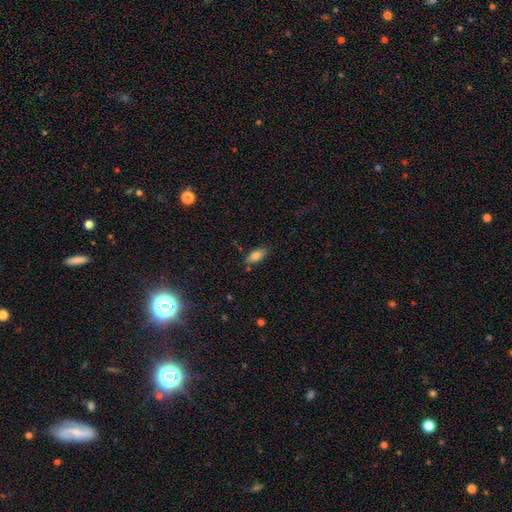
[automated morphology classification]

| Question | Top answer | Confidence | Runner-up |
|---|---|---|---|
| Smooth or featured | smooth | 81% | featured or disk (11%) |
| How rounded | in between | 86% | cigar-shaped (11%) |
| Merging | none | 78% | minor disturbance (16%) |